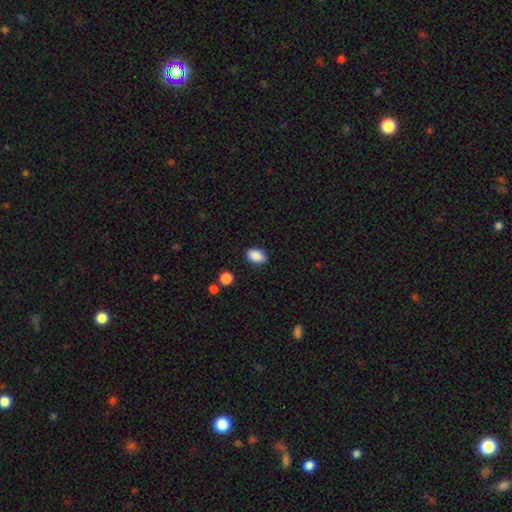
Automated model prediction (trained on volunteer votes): Smooth or featured: smooth — 89% (star or artifact — 8%)
How rounded: in between — 85% (round — 14%)
Merging: none — 86% (minor disturbance — 10%)